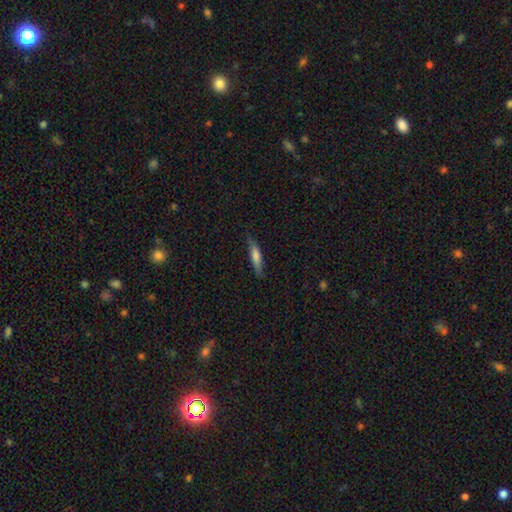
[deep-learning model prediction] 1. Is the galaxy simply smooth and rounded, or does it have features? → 65% smooth, 29% featured or disk, 6% star or artifact.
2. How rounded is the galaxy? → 83% cigar-shaped, 15% in between, 2% round.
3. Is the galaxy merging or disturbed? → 79% none, 16% minor disturbance, 3% major disturbance, 1% merger.